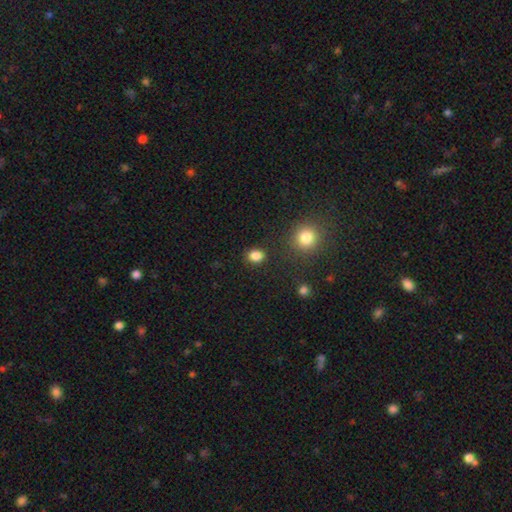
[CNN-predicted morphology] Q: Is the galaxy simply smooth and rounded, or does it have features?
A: smooth — 85%.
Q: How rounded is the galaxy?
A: round — 54%.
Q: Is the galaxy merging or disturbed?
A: none — 86%.